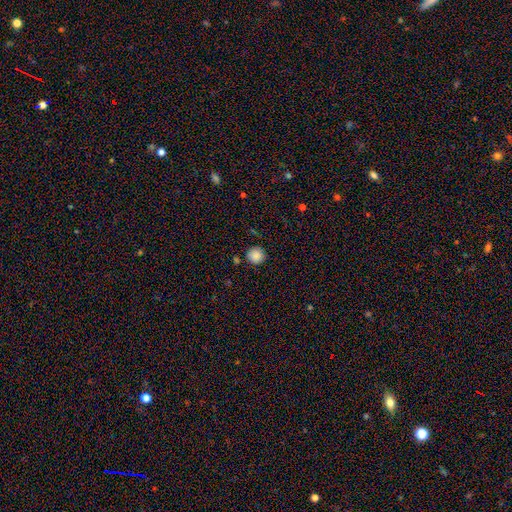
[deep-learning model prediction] This is clearly a smooth galaxy (86%). How rounded: clearly round (94%). Merging: clearly none (86%).